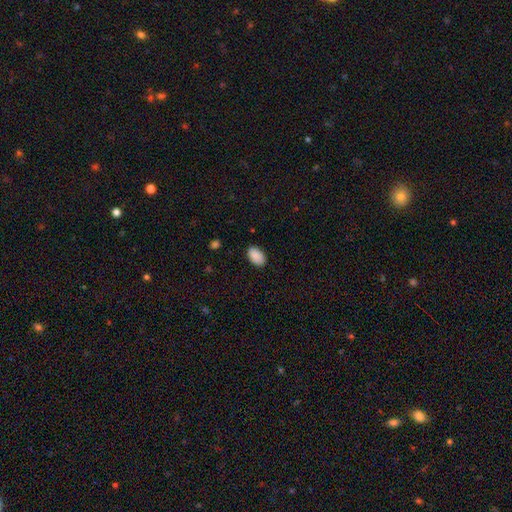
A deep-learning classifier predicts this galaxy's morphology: smooth 90%, star or artifact 7%, featured or disk 3%. Down the decision tree: how rounded — in between (93%); merging — none (87%).